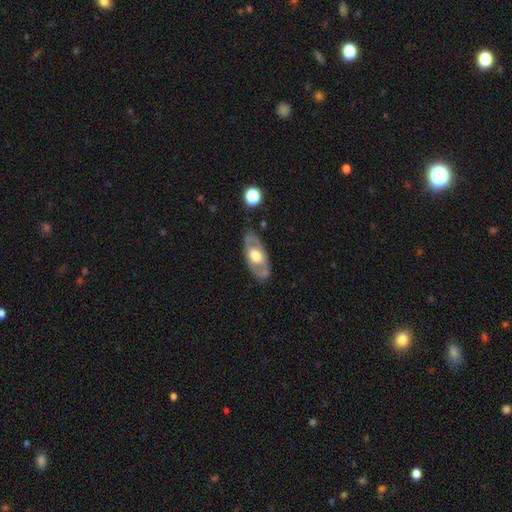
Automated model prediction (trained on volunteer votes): This appears to be a featured or disk galaxy (59%). Merging: none (76%).